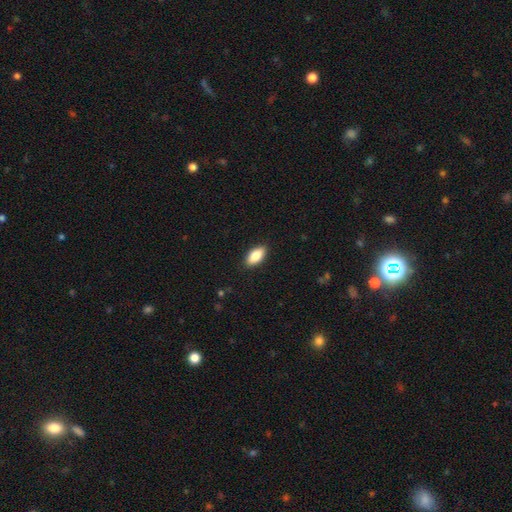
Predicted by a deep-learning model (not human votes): smooth 85%, featured or disk 9%, star or artifact 7%. Down the decision tree: how rounded — in between (90%); merging — none (89%).